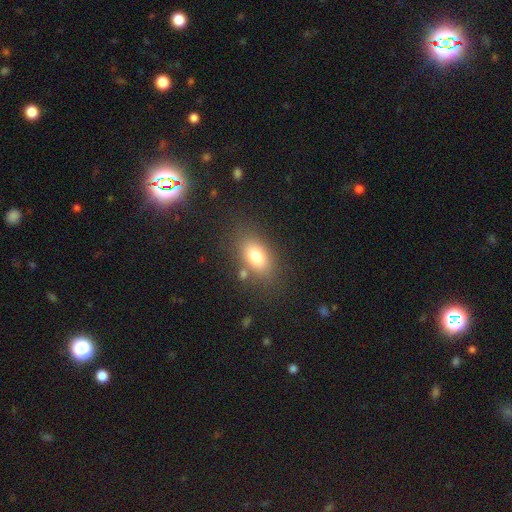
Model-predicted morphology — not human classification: Q: Smooth or featured?
A: smooth (71%); runner-up: star or artifact (17%)
Q: How rounded?
A: in between (80%); runner-up: round (15%)
Q: Merging?
A: none (80%); runner-up: minor disturbance (11%)